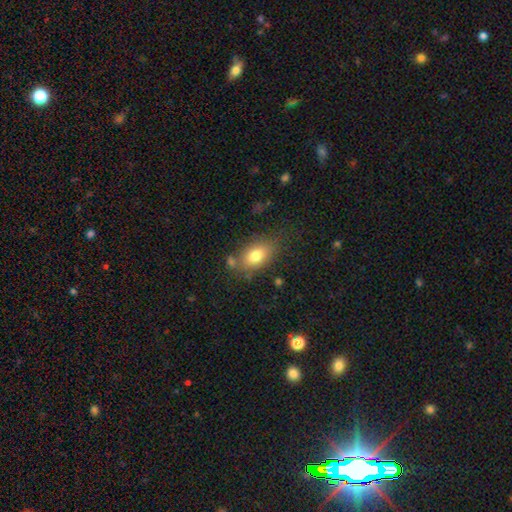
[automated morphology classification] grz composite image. It shows a smooth galaxy with no disk features (78%) that is in between round and cigar-shaped (85%). Merging: none (67%).